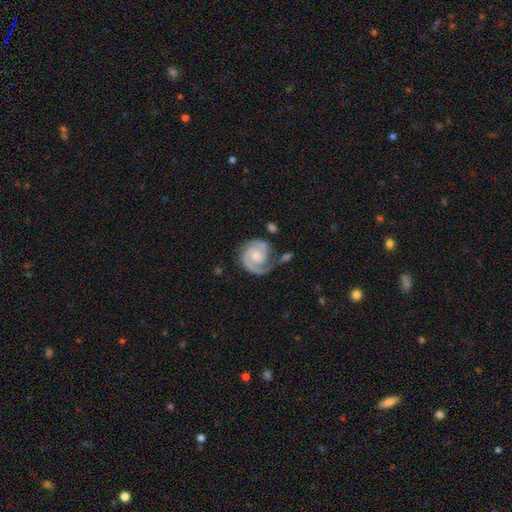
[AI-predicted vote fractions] This appears to be a featured or disk galaxy (88%) with no bar (66%), 2 (71%) tight (60%) spiral arms (98%) and a small central bulge (50%). Merging: none (60%).